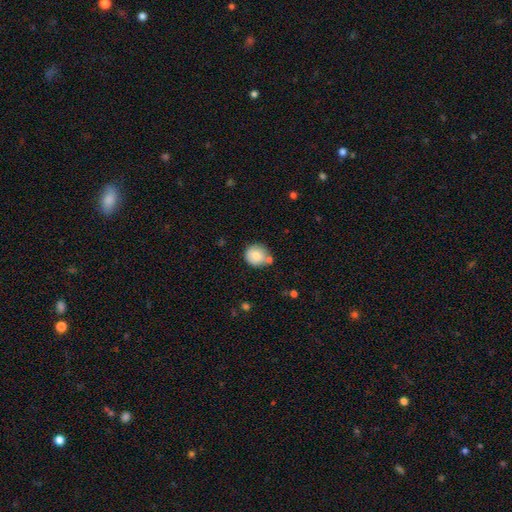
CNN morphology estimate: Q: Smooth or featured?
A: smooth (76%); runner-up: featured or disk (16%)
Q: How rounded?
A: round (88%); runner-up: in between (11%)
Q: Merging?
A: none (65%); runner-up: minor disturbance (16%)